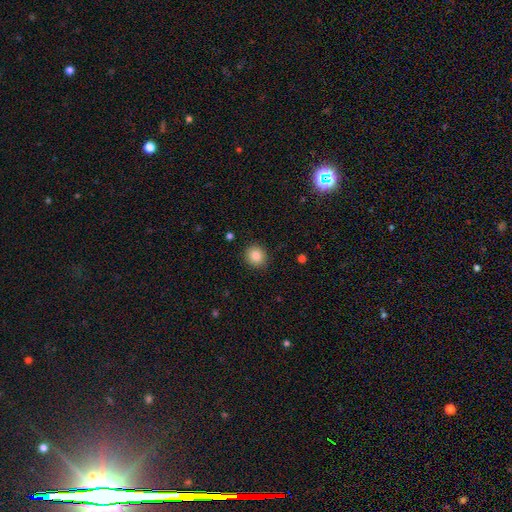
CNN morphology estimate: Smooth or featured?
  - smooth: 85% *
  - star or artifact: 10%
  - featured or disk: 5%
How rounded?
  - round: 87% *
  - in between: 12%
  - cigar-shaped: 1%
Merging?
  - none: 89% *
  - minor disturbance: 8%
  - major disturbance: 2%
  - merger: 1%